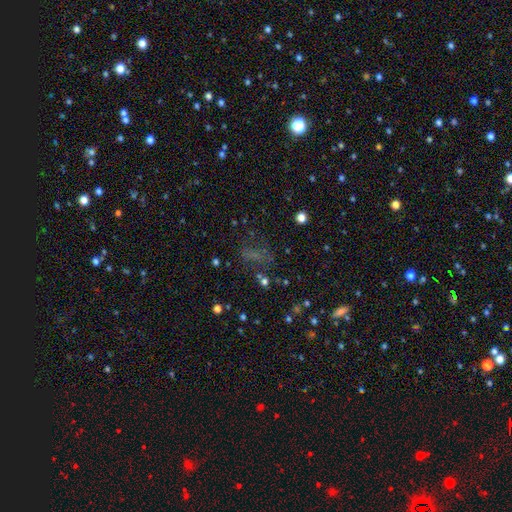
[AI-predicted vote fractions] Overall: star or artifact (40%; smooth 39%).